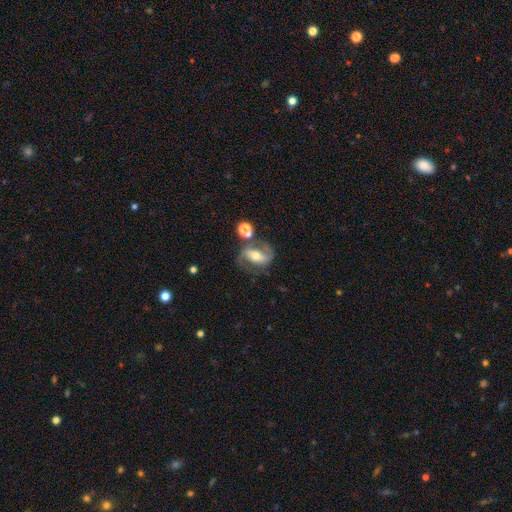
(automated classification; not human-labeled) Smooth or featured: featured or disk — 79% (smooth — 13%)
Edge-on disk: no — 95% (yes — 5%)
Bar: strong — 44% (weak — 32%)
Spiral arms: yes — 91% (no — 9%)
Spiral winding: medium — 48% (loose — 36%)
Spiral arm count: 2 — 89% (can't tell — 5%)
Bulge size: moderate — 64% (small — 26%)
Merging: none — 62% (minor disturbance — 15%)